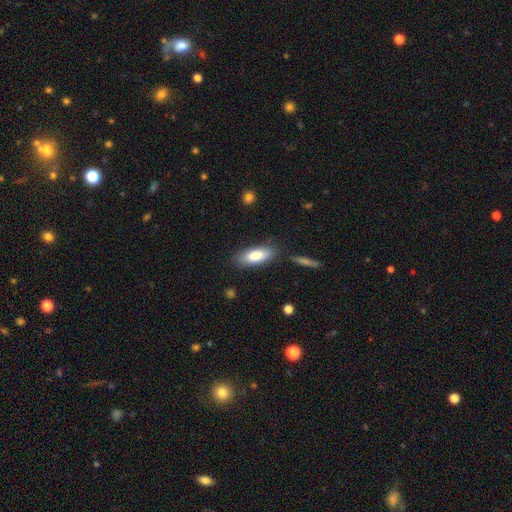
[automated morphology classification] smooth 83%, featured or disk 11%, star or artifact 6%. Down the decision tree: how rounded — in between (74%); merging — none (82%).